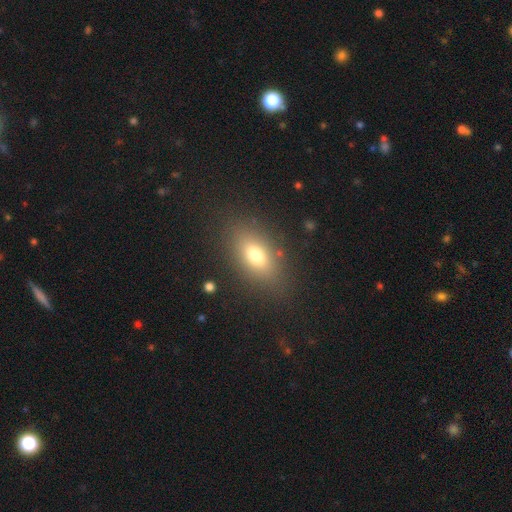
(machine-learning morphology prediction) smooth-or-featured: smooth: 73% | featured or disk: 15% | star or artifact: 12%
  how-rounded: in between: 84% | round: 11% | cigar-shaped: 5%
  merging: none: 82% | minor disturbance: 11% | major disturbance: 6% | merger: 2%